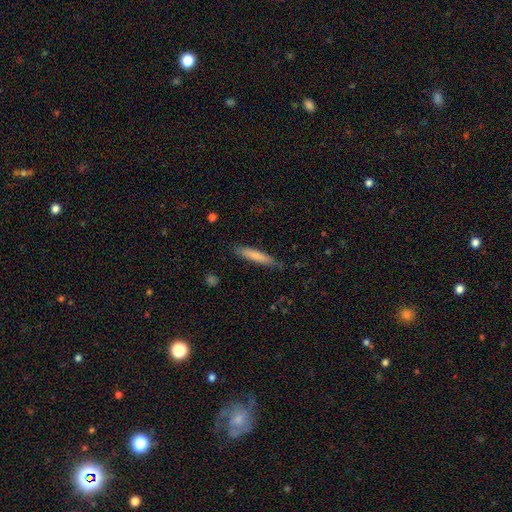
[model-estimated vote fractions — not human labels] Morphology: type=smooth (76%); roundness=cigar-shaped (89%); merging=none (80%).